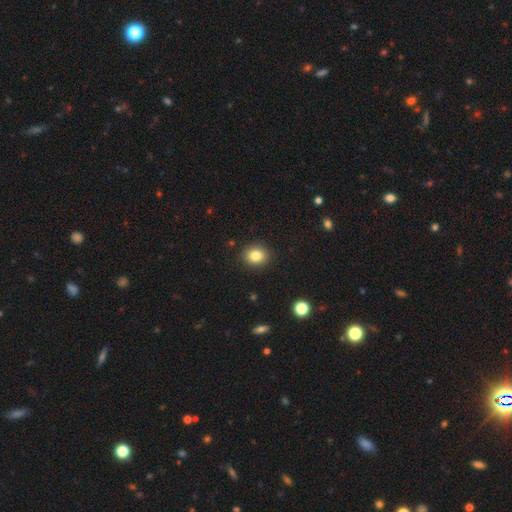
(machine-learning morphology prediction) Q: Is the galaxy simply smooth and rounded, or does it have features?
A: smooth — 83%.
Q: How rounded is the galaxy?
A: round — 64%.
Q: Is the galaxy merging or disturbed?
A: none — 90%.